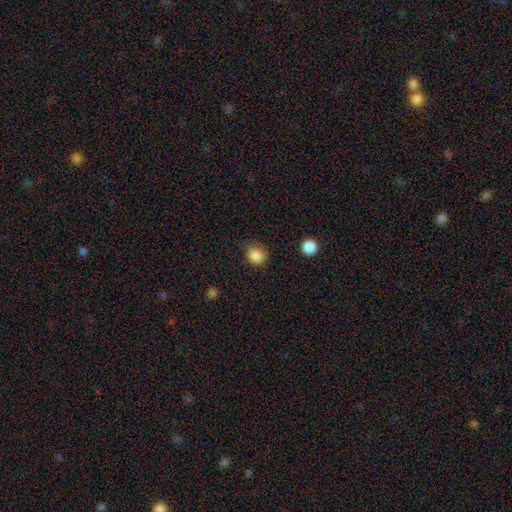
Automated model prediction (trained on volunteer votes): smooth_or_featured: smooth (p=0.86) [alt: star or artifact p=0.11]
how_rounded: round (p=0.81) [alt: in between p=0.19]
merging: none (p=0.79) [alt: minor disturbance p=0.15]